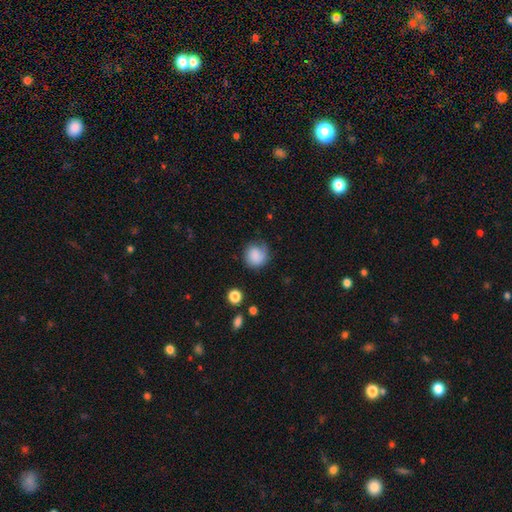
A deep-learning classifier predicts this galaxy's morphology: Smooth or featured? Predicted: smooth (p=0.84). How rounded? Predicted: round (p=0.84). Merging? Predicted: none (p=0.65).